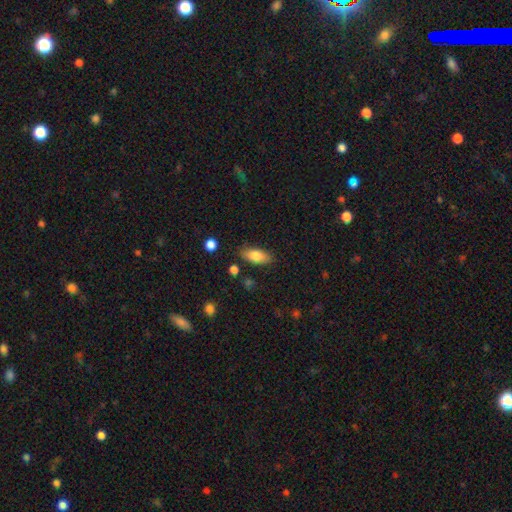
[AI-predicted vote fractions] smooth_or_featured: smooth (p=0.80) [alt: featured or disk p=0.13]
how_rounded: in between (p=0.84) [alt: cigar-shaped p=0.13]
merging: none (p=0.83) [alt: minor disturbance p=0.12]